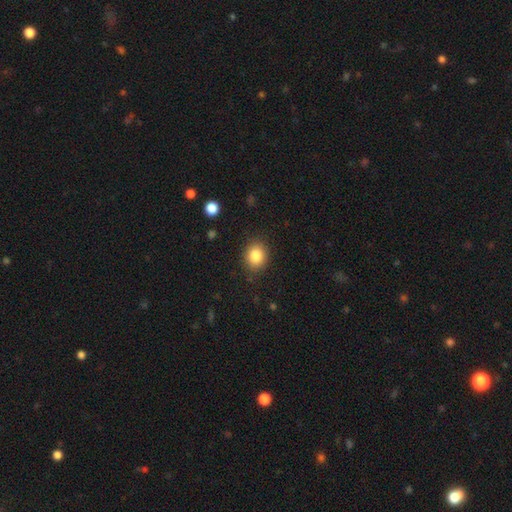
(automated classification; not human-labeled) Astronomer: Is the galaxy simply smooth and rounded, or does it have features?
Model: smooth — 85%.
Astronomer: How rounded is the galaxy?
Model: round — 63%.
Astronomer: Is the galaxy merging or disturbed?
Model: none — 87%.